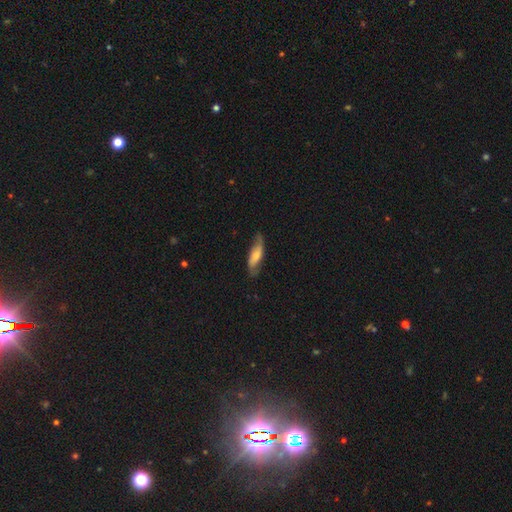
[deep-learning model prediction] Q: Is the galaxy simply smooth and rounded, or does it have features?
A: featured or disk — 48%.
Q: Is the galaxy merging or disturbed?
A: none — 67%.